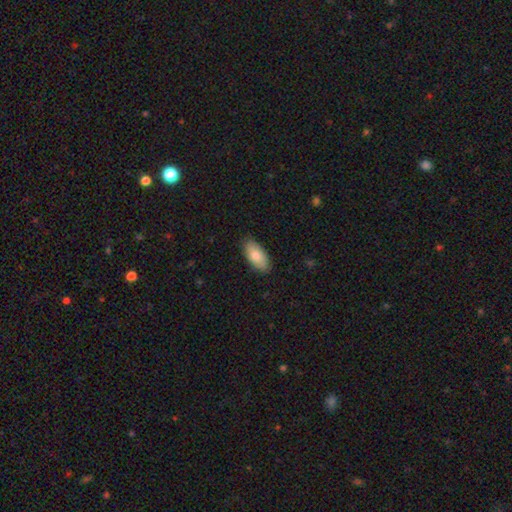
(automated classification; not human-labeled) Smooth or featured: smooth — 81% (featured or disk — 13%)
How rounded: in between — 92% (cigar-shaped — 6%)
Merging: none — 86% (minor disturbance — 11%)